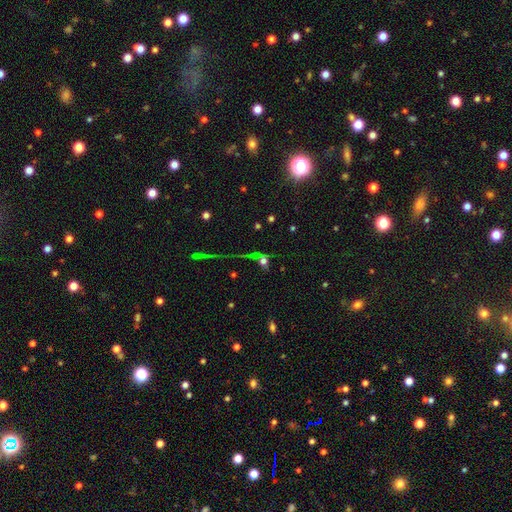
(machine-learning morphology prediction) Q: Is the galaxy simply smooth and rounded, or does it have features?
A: smooth — 42%.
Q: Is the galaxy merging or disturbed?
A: none — 51%.